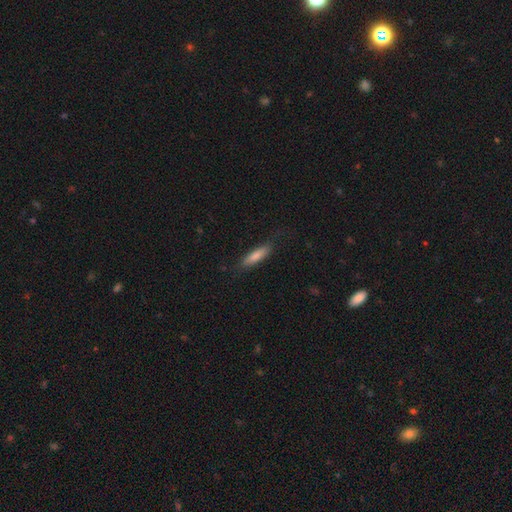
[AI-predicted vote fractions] Smooth or featured? Predicted: smooth (p=0.74). How rounded? Predicted: cigar-shaped (p=0.74). Merging? Predicted: none (p=0.78).